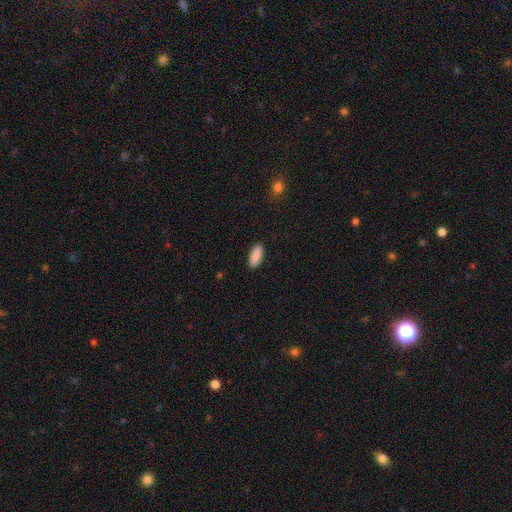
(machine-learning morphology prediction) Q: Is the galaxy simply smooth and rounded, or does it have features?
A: smooth — 91%.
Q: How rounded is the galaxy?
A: in between — 79%.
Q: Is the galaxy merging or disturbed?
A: none — 90%.